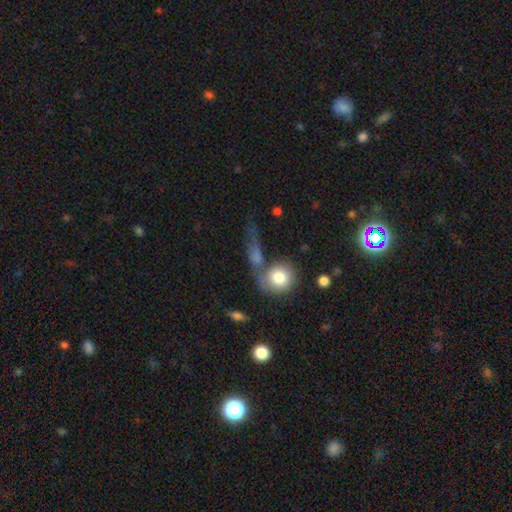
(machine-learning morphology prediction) type=smooth (61%); roundness=round (52%); merging=none (42%).